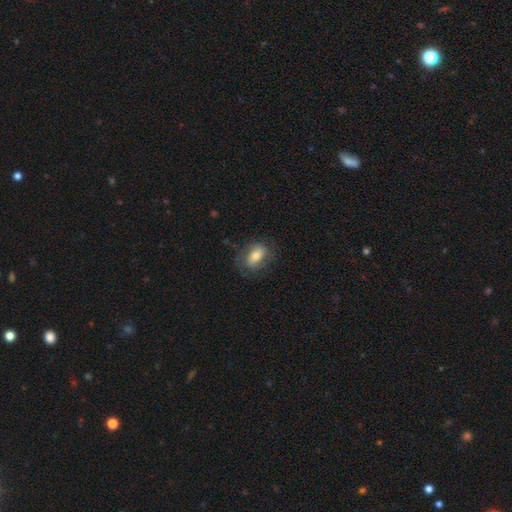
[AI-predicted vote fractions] Q: Smooth or featured?
A: smooth (57%); runner-up: featured or disk (34%)
Q: How rounded?
A: in between (80%); runner-up: round (17%)
Q: Merging?
A: none (70%); runner-up: minor disturbance (19%)